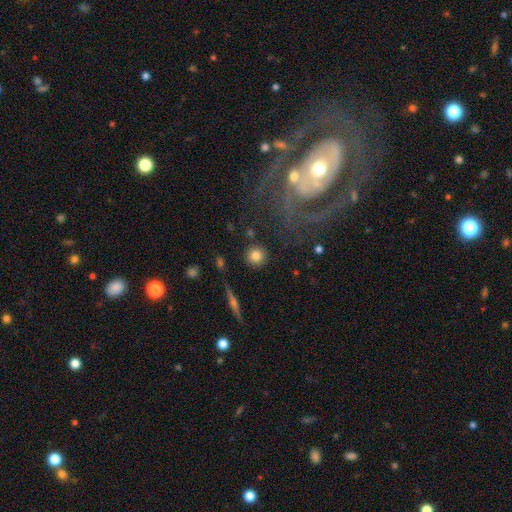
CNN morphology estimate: A smooth galaxy with no disk features (81%) that is round (95%). Merging: none (89%).